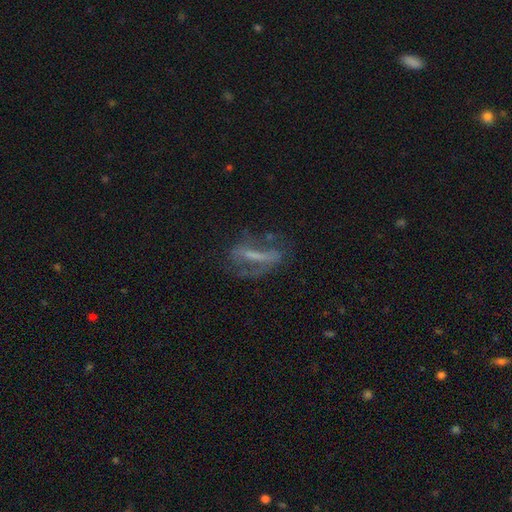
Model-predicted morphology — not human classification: Smooth or featured?
  - featured or disk: 63% *
  - smooth: 24%
  - star or artifact: 12%
Edge-on disk?
  - no: 75% *
  - yes: 25%
Merging?
  - none: 52% *
  - major disturbance: 24%
  - minor disturbance: 20%
  - merger: 4%